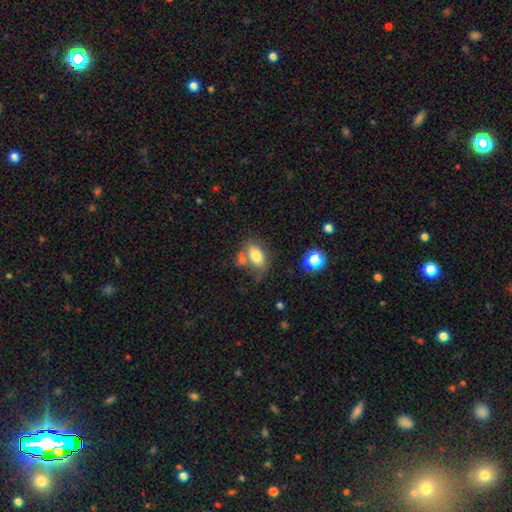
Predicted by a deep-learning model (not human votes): Smooth or featured? smooth (75%)
How rounded? in between (86%)
Merging? none (50%)